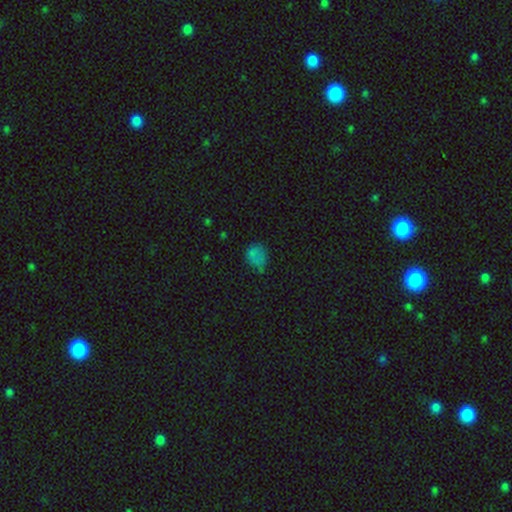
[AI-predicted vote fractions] Smooth or featured? Predicted: smooth (p=0.68). How rounded? Predicted: round (p=0.55). Merging? Predicted: none (p=0.47).